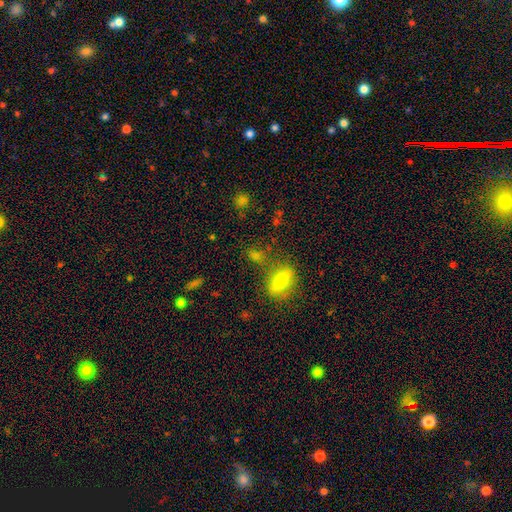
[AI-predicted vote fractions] Overall: smooth (65%). How rounded: in between (59%; round 30%). Merging: none (65%).